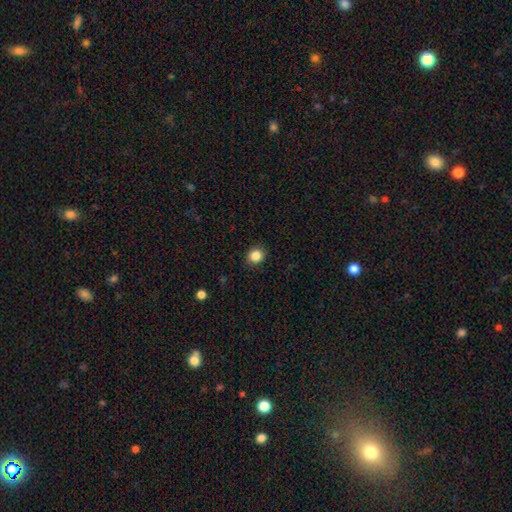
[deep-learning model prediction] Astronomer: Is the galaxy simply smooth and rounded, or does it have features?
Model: smooth — 86%.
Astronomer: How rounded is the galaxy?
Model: round — 81%.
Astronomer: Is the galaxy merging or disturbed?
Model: none — 91%.